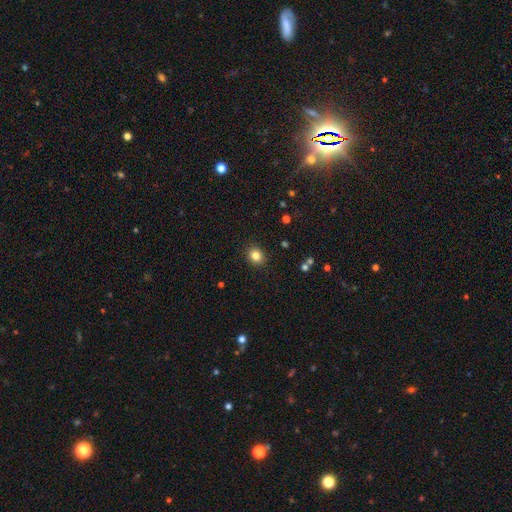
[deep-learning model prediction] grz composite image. It shows a smooth galaxy with no disk features (83%) that is round (71%). Merging: none (90%).